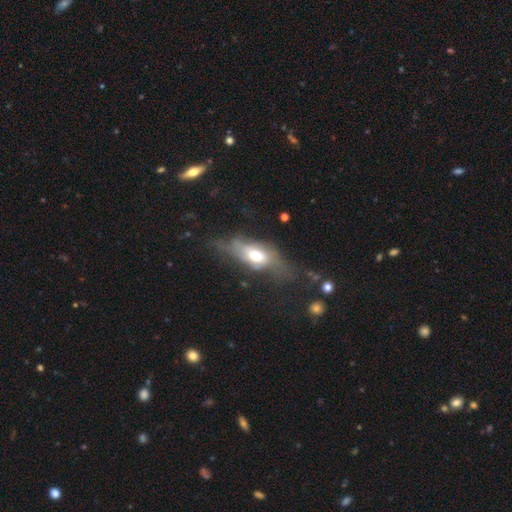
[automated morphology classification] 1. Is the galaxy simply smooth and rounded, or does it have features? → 47% smooth, 44% featured or disk, 9% star or artifact.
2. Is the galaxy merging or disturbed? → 37% none, 32% major disturbance, 27% minor disturbance, 3% merger.